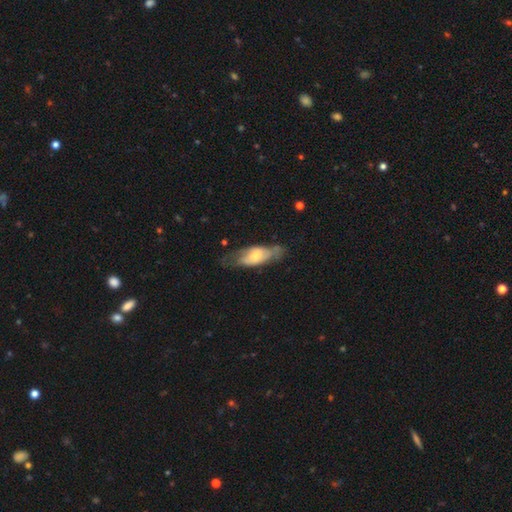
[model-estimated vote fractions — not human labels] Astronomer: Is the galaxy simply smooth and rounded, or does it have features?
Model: featured or disk — 48% (runner-up: smooth, 46%).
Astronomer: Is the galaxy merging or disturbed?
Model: none — 52% (runner-up: minor disturbance, 29%).